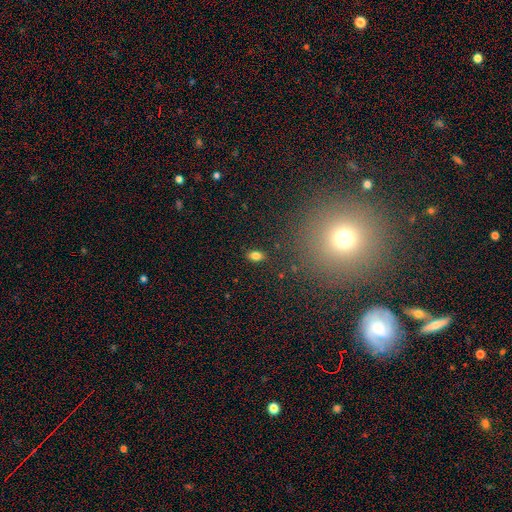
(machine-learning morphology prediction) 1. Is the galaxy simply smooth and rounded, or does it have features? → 80% smooth, 12% star or artifact, 8% featured or disk.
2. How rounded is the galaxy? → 86% in between, 12% round, 2% cigar-shaped.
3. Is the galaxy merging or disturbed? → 86% none, 9% minor disturbance, 3% major disturbance, 2% merger.